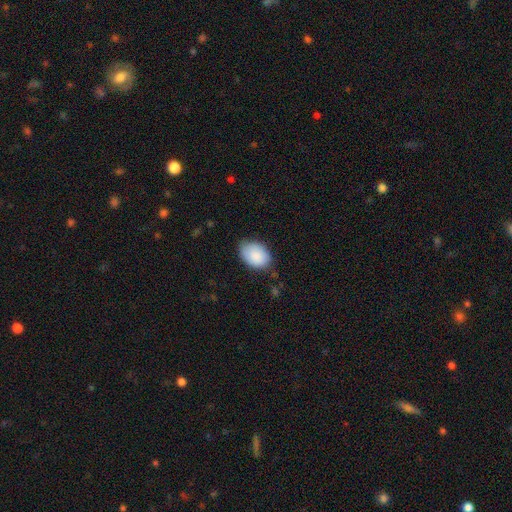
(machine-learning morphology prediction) Smooth or featured: smooth — 88% (star or artifact — 6%)
How rounded: in between — 83% (round — 16%)
Merging: none — 70% (minor disturbance — 25%)